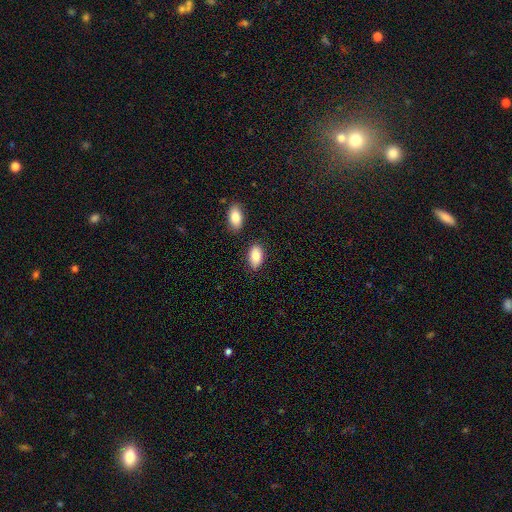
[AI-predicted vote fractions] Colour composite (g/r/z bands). It shows a smooth galaxy with no disk features (83%) that is in between round and cigar-shaped (93%). Merging: none (81%).